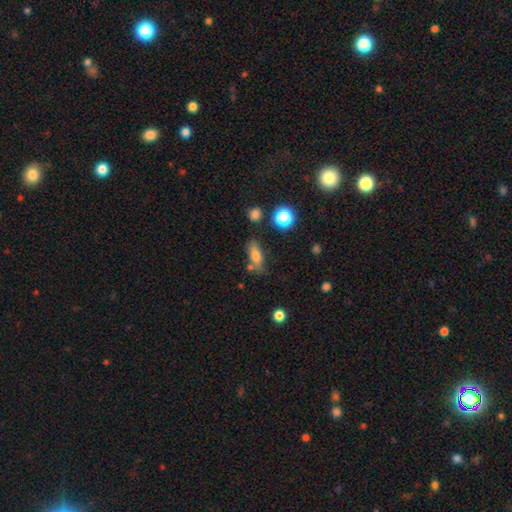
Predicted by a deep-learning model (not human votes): Smooth or featured? Predicted: smooth (p=0.73). How rounded? Predicted: in between (p=0.65). Merging? Predicted: none (p=0.67).